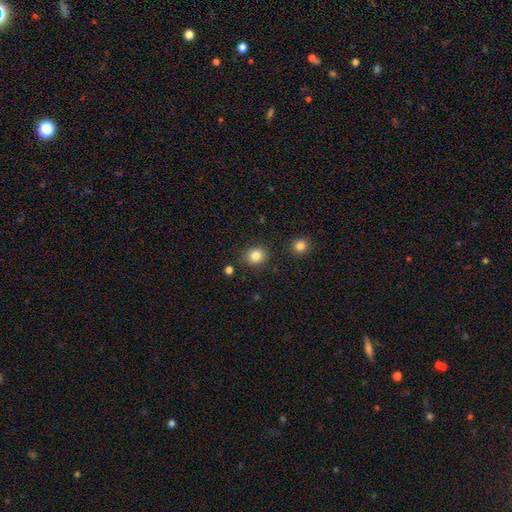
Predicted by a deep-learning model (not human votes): A smooth galaxy with no disk features (85%) that is round (80%). Merging: none (86%).